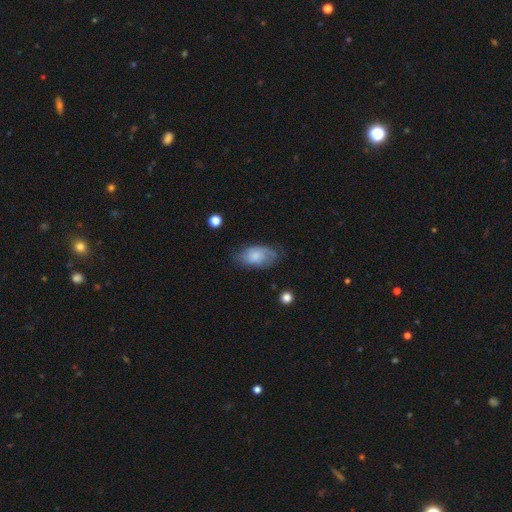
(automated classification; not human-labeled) The model was most divided on "smooth or featured": smooth: 51%, featured or disk: 42%, star or artifact: 7%. More confident: how rounded — in between (91%); merging — none (62%).